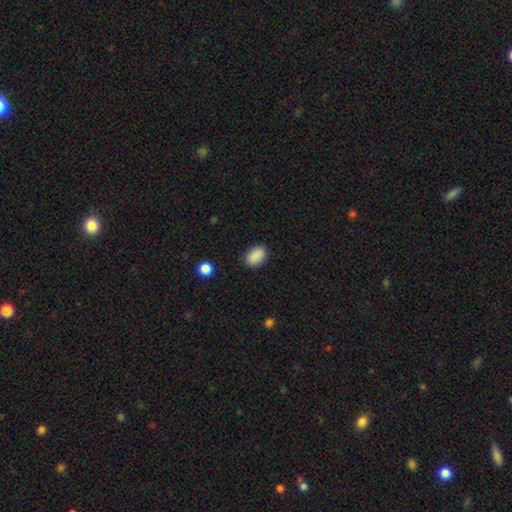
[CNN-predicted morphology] type=smooth (89%); roundness=in between (87%); merging=none (85%).